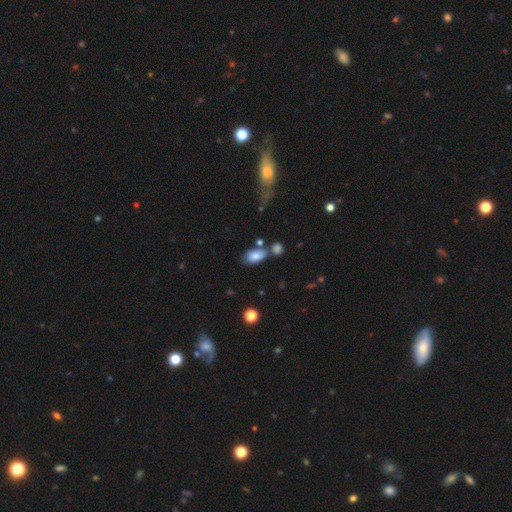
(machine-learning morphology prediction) The model was most divided on "merging": none: 57%, merger: 19%, minor disturbance: 18%, major disturbance: 6%. More confident: how rounded — in between (92%); smooth or featured — smooth (79%).